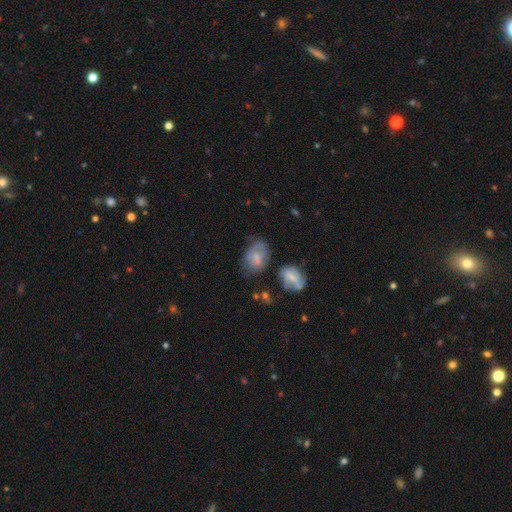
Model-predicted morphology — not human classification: This is possibly a smooth galaxy (56%). How rounded: likely in between (75%). Merging: possibly none (48%).